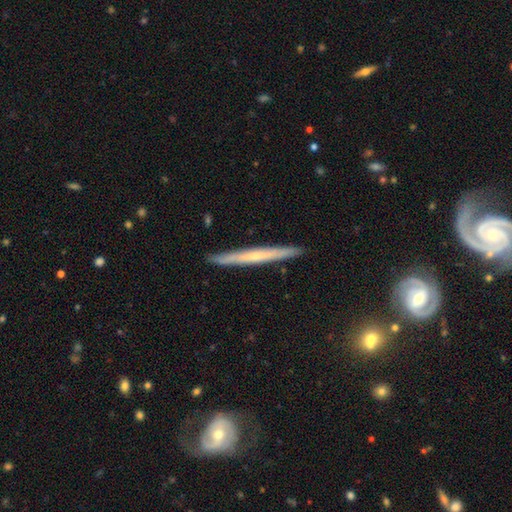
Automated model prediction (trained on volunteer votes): Morphology: type=featured or disk (55%); edge-on=yes (96%); edge-on bulge=none (66%); merging=none (91%).